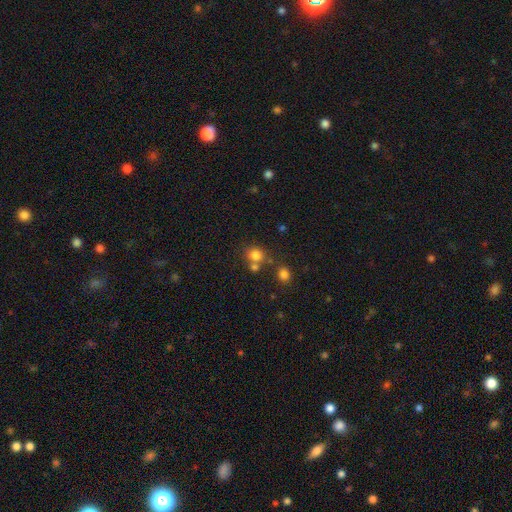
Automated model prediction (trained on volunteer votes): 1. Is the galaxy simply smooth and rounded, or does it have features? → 75% smooth, 17% star or artifact, 8% featured or disk.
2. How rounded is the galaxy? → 82% round, 17% in between, 1% cigar-shaped.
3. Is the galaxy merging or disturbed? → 60% none, 27% merger, 9% minor disturbance, 4% major disturbance.